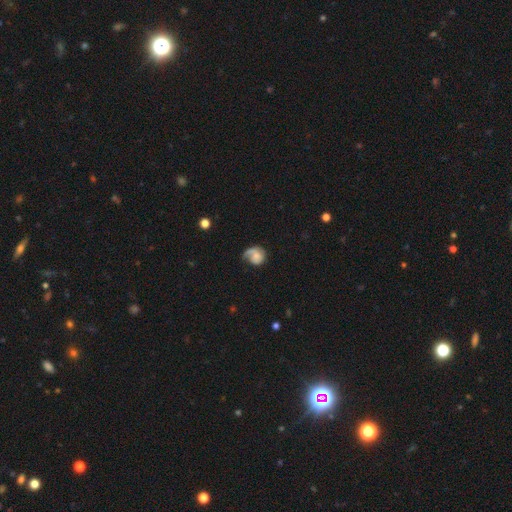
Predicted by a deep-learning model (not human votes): Smooth or featured?
  - featured or disk: 63% *
  - smooth: 30%
  - star or artifact: 7%
Edge-on disk?
  - no: 98% *
  - yes: 2%
Bar?
  - no: 73% *
  - weak: 24%
  - strong: 3%
Spiral arms?
  - yes: 90% *
  - no: 10%
Spiral winding?
  - medium: 35% *
  - tight: 33%
  - loose: 32%
Spiral arm count?
  - 1: 73% *
  - 2: 18%
  - can't tell: 6%
  - 3: 1%
  - 4: 1%
  - more than 4: 1%
Bulge size?
  - small: 46% *
  - moderate: 26%
  - none: 21%
  - large: 5%
  - dominant: 2%
Merging?
  - none: 48% *
  - major disturbance: 26%
  - minor disturbance: 24%
  - merger: 3%